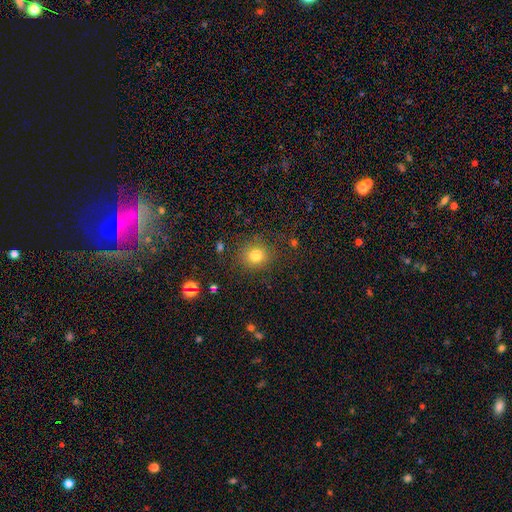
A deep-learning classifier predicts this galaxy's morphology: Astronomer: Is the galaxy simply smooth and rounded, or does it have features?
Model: smooth — 79%.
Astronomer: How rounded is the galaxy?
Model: round — 82%.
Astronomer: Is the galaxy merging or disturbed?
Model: none — 83%.